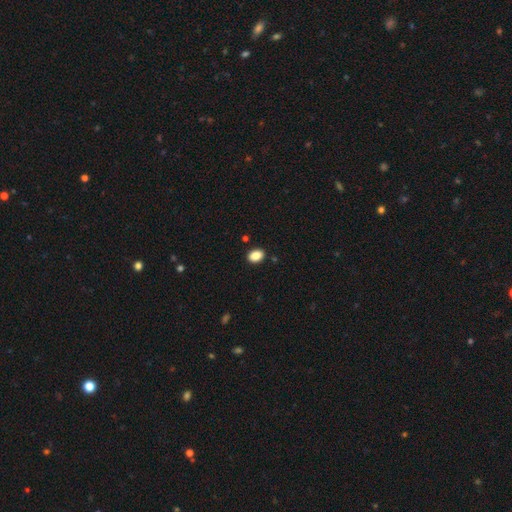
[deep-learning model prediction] A smooth galaxy with no disk features (88%) that is in between round and cigar-shaped (79%). Merging: none (89%).